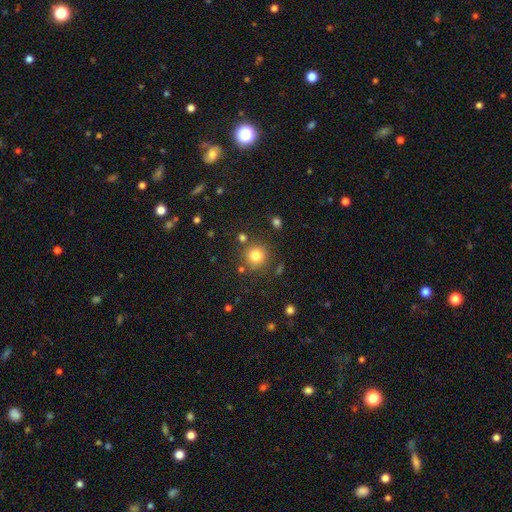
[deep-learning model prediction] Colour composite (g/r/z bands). It shows a smooth galaxy with no disk features (81%) that is round (93%). Merging: none (83%).